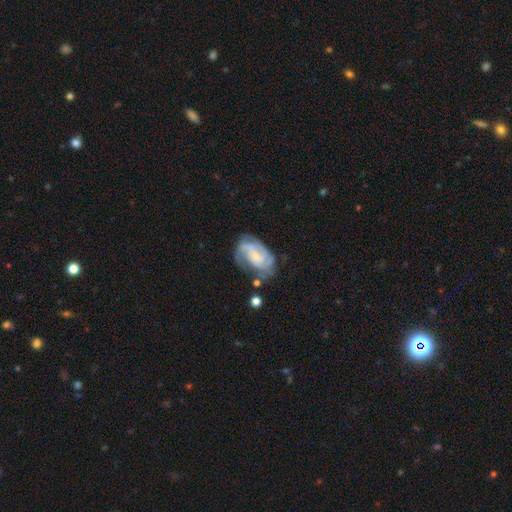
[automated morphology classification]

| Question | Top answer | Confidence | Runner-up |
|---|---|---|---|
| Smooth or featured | featured or disk | 74% | smooth (19%) |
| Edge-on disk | no | 97% | yes (3%) |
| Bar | no | 53% | weak (37%) |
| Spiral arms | yes | 86% | no (14%) |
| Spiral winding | medium | 41% | tied: tight (41%) |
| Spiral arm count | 2 | 41% | can't tell (30%) |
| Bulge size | small | 59% | moderate (27%) |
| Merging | none | 47% | minor disturbance (27%) |